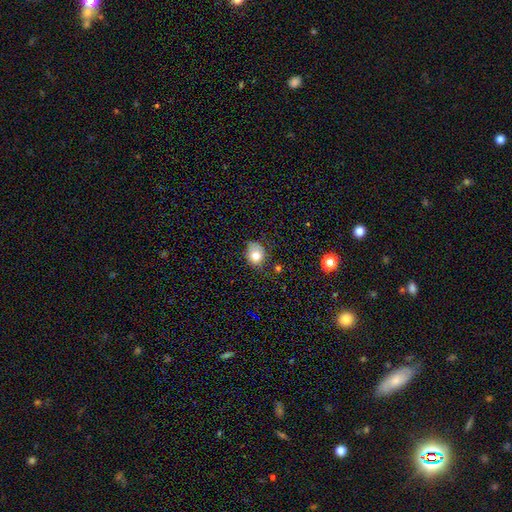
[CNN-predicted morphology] Smooth or featured? smooth (73%)
How rounded? round (58%)
Merging? none (58%)